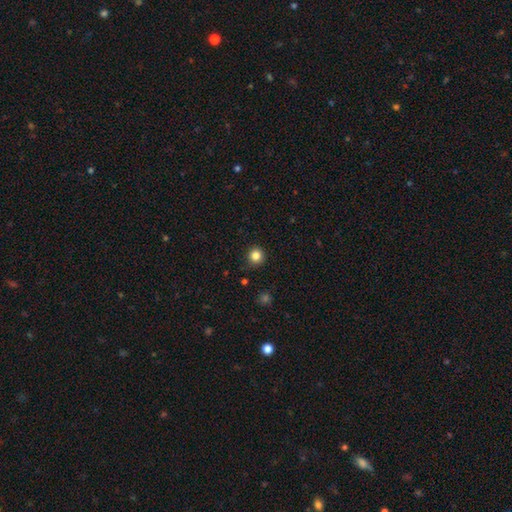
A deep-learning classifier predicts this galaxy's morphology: smooth 83%, star or artifact 12%, featured or disk 4%. Down the decision tree: how rounded — round (94%); merging — none (90%).